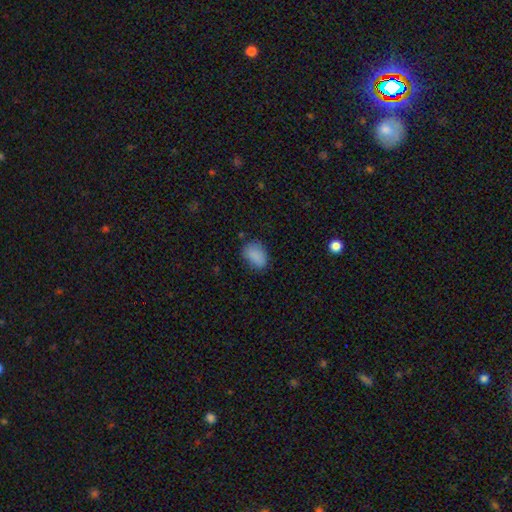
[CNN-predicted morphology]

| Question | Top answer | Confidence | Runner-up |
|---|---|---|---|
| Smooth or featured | smooth | 84% | star or artifact (10%) |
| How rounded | in between | 81% | round (17%) |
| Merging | none | 66% | minor disturbance (25%) |